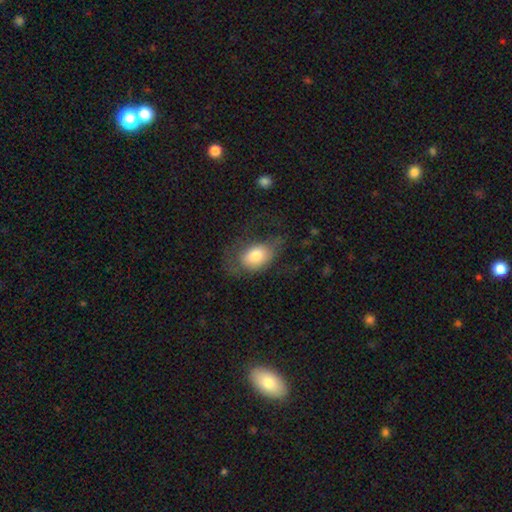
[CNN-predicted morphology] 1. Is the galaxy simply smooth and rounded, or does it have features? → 73% smooth, 20% featured or disk, 8% star or artifact.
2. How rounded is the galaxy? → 84% in between, 14% round, 2% cigar-shaped.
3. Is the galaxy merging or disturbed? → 39% none, 33% major disturbance, 26% minor disturbance, 2% merger.